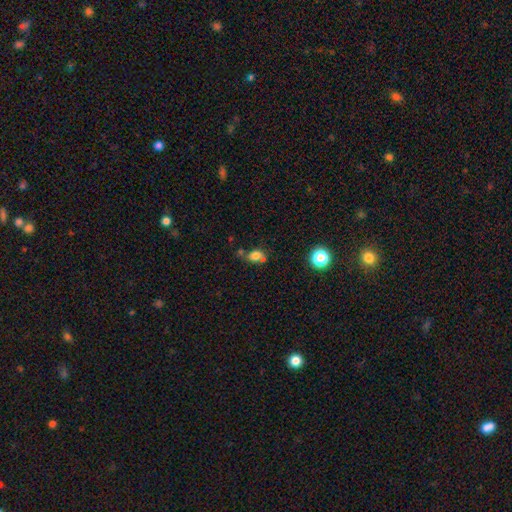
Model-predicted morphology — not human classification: The model was most divided on "merging": none: 46%, merger: 28%, minor disturbance: 18%, major disturbance: 8%. More confident: smooth or featured — smooth (74%); how rounded — in between (59%).